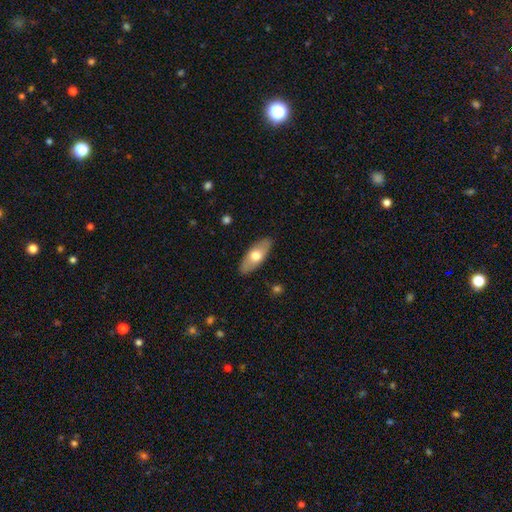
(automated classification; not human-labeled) A smooth galaxy with no disk features (62%) that is in between round and cigar-shaped (80%).

Vote fractions:
- Smooth or featured? smooth: 62% / featured or disk: 33% / star or artifact: 5%
- How rounded? in between: 80% / cigar-shaped: 17% / round: 3%
- Merging? none: 88% / minor disturbance: 9% / major disturbance: 2% / merger: 1%